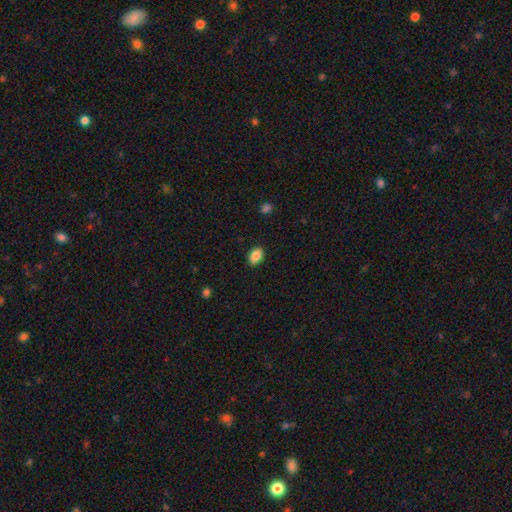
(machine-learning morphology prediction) This appears to be a smooth galaxy with no disk features (87%) that is in between round and cigar-shaped (74%). Merging: none (89%).